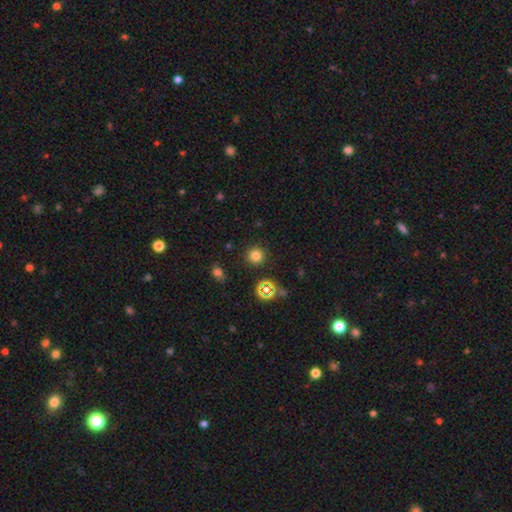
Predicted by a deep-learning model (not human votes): A smooth galaxy with no disk features (76%) that is round (94%). Merging: none (90%).